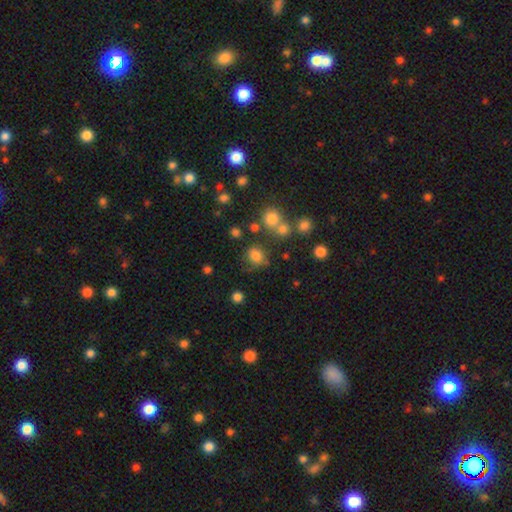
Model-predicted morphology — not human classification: Smooth or featured? smooth (76%)
How rounded? round (77%)
Merging? none (66%)